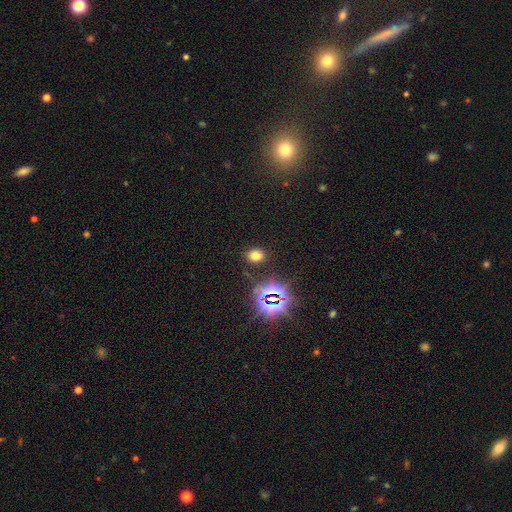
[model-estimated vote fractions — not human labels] Morphology: type=smooth (66%); roundness=round (51%); merging=none (87%).